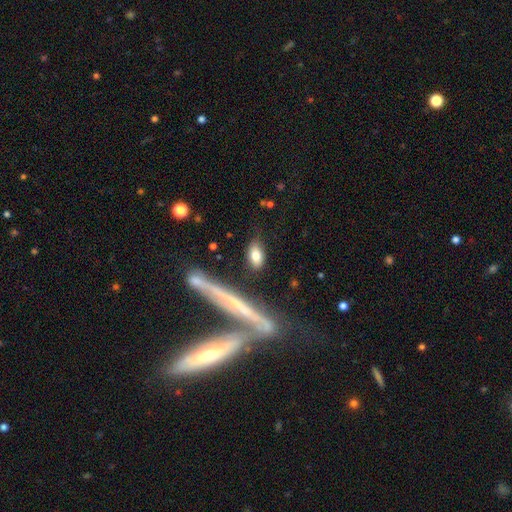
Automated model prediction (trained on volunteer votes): This is likely a smooth galaxy (77%). How rounded: clearly in between (86%). Merging: likely none (80%).